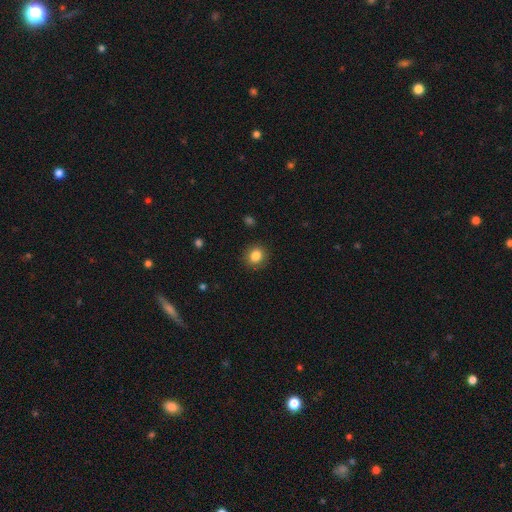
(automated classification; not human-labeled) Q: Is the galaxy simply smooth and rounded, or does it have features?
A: smooth — 84%.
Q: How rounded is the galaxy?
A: round — 76%.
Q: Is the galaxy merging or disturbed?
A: none — 89%.